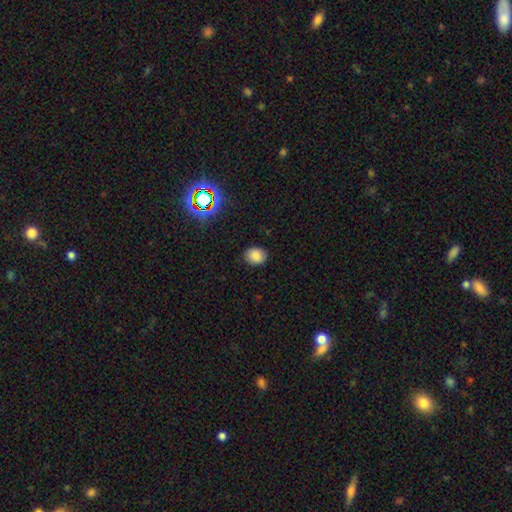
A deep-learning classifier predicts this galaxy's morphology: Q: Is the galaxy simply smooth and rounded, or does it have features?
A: smooth — 83%.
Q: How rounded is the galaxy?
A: round — 54%.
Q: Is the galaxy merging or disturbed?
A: none — 88%.